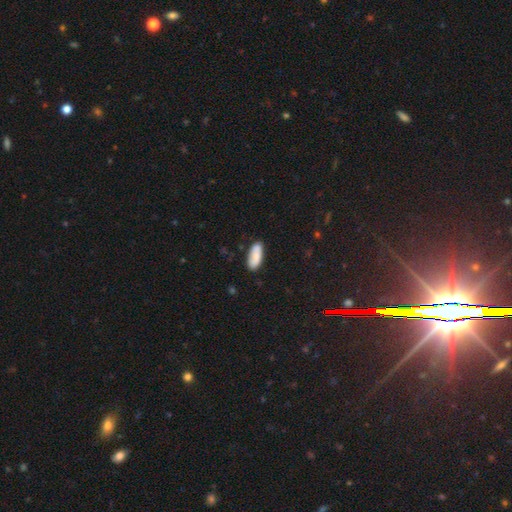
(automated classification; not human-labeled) Morphology: type=smooth (81%); roundness=in between (80%); merging=none (80%).